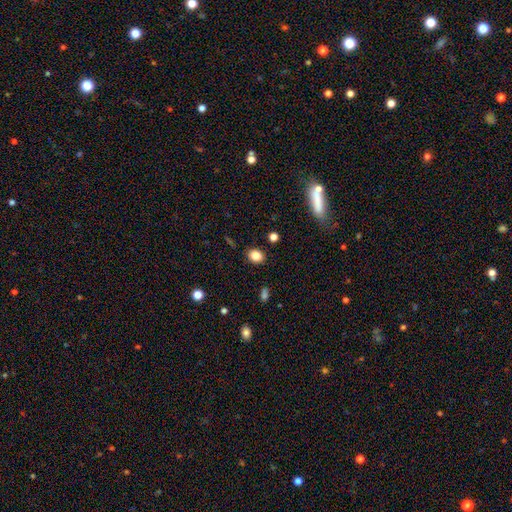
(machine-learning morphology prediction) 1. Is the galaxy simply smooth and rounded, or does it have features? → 84% smooth, 10% star or artifact, 6% featured or disk.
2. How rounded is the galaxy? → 59% in between, 40% round, 1% cigar-shaped.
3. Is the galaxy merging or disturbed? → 87% none, 9% minor disturbance, 3% major disturbance, 2% merger.